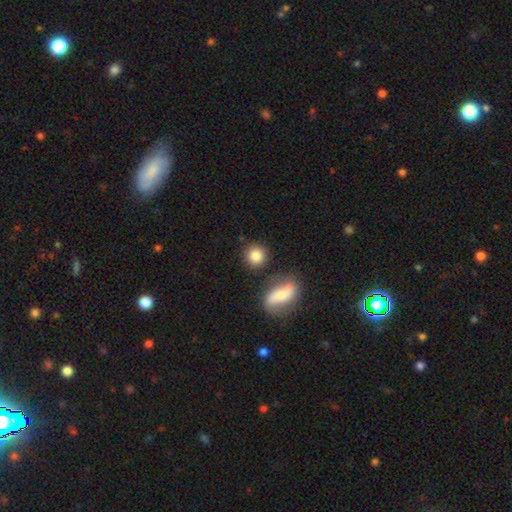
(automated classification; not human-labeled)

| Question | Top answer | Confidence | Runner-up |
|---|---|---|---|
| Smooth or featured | smooth | 84% | star or artifact (8%) |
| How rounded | round | 89% | in between (9%) |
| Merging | none | 79% | minor disturbance (9%) |